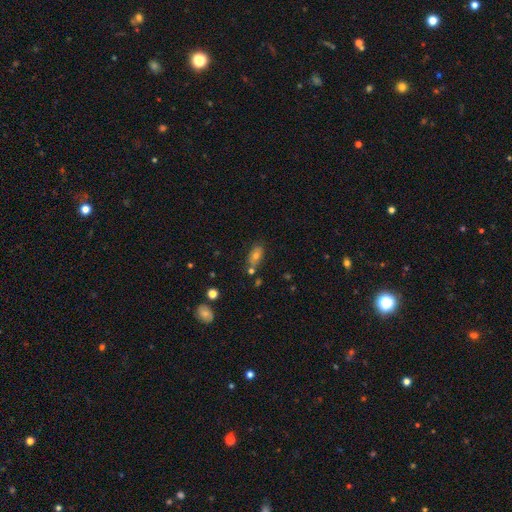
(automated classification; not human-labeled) Morphology: type=smooth (68%); roundness=in between (85%); merging=none (69%).